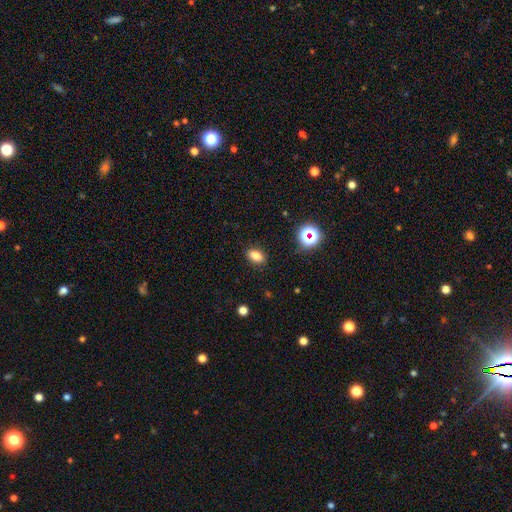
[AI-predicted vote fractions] Q: Smooth or featured?
A: smooth (80%); runner-up: star or artifact (14%)
Q: How rounded?
A: in between (85%); runner-up: round (11%)
Q: Merging?
A: none (88%); runner-up: minor disturbance (9%)